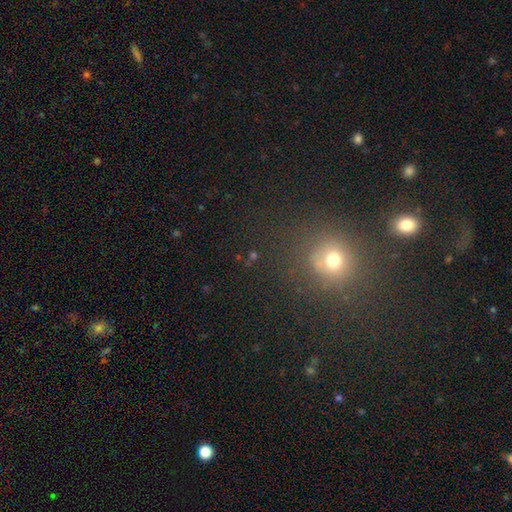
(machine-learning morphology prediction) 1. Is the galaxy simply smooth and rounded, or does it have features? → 48% smooth, 43% star or artifact, 9% featured or disk.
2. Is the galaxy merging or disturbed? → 81% none, 9% minor disturbance, 5% major disturbance, 4% merger.